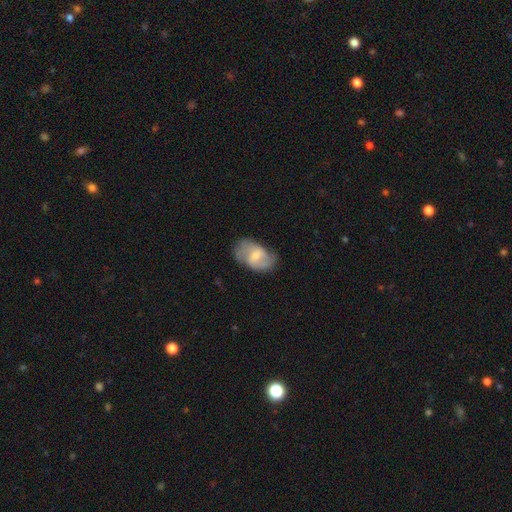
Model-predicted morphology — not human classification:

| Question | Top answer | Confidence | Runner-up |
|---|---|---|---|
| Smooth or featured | featured or disk | 56% | smooth (37%) |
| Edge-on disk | no | 96% | yes (4%) |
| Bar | weak | 53% | no (31%) |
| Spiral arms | yes | 82% | no (18%) |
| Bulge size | moderate | 47% | small (42%) |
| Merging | none | 67% | minor disturbance (23%) |